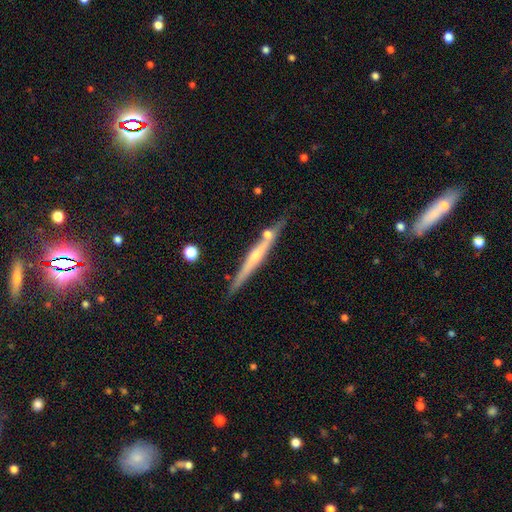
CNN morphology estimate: The model was most divided on "edge-on bulge": rounded: 58%, none: 33%, boxy: 10%. More confident: edge-on disk — yes (95%); merging — none (77%); smooth or featured — featured or disk (69%).